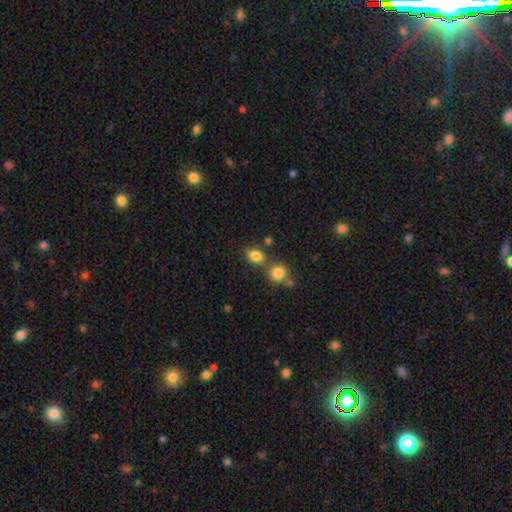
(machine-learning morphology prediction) Smooth or featured?
  - smooth: 83% *
  - star or artifact: 11%
  - featured or disk: 6%
How rounded?
  - in between: 64% *
  - round: 35%
  - cigar-shaped: 1%
Merging?
  - none: 63% *
  - merger: 21%
  - minor disturbance: 12%
  - major disturbance: 4%